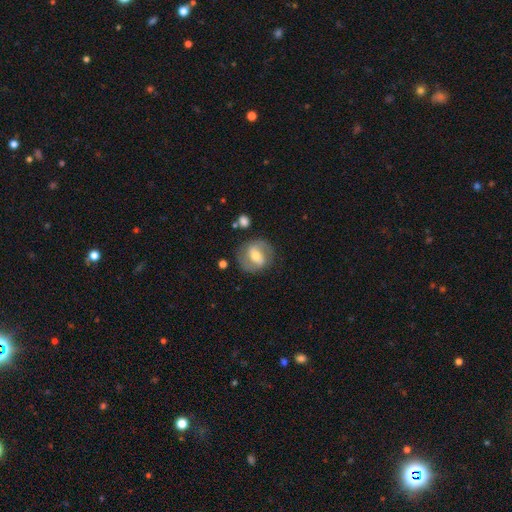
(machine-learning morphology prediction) Smooth or featured?
  - featured or disk: 64% *
  - smooth: 29%
  - star or artifact: 7%
Edge-on disk?
  - no: 96% *
  - yes: 4%
Bar?
  - strong: 40% * (tied)
  - weak: 40% * (tied)
  - no: 20%
Spiral arms?
  - yes: 77% *
  - no: 23%
Bulge size?
  - moderate: 61% *
  - small: 29%
  - large: 7%
  - none: 2%
  - dominant: 1%
Merging?
  - none: 78% *
  - minor disturbance: 14%
  - major disturbance: 6%
  - merger: 3%